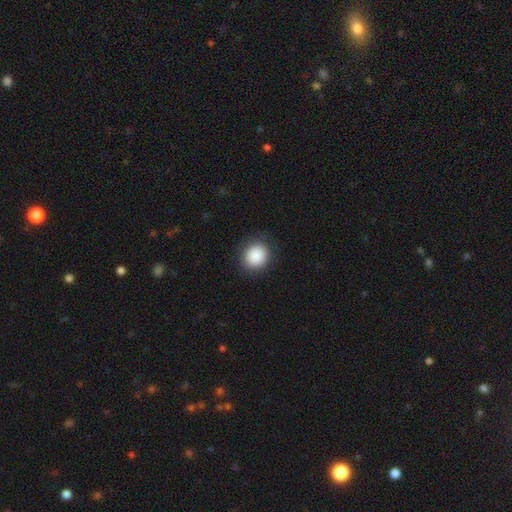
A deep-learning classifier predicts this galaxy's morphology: This appears to be a smooth galaxy with no disk features (89%) that is round (85%). Merging: none (88%).